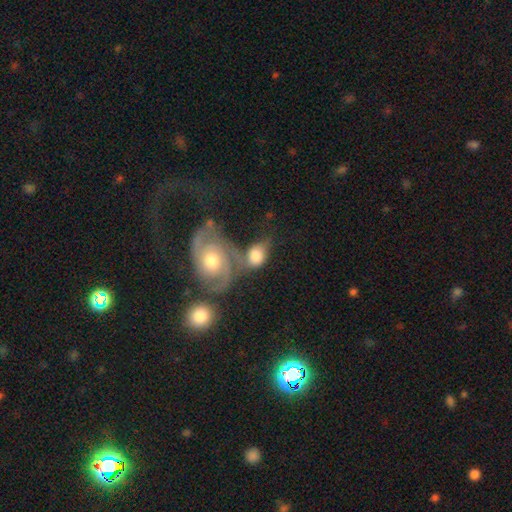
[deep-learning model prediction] This appears to be a smooth galaxy with no disk features (47%). Merging: merger (56%).